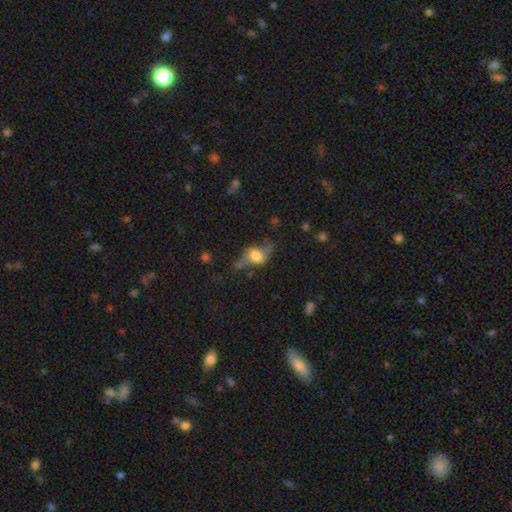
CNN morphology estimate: A featured or disk galaxy (47%).

Vote fractions:
- Smooth or featured? featured or disk: 47% / smooth: 42% / star or artifact: 10%
- Merging? none: 52% / minor disturbance: 25% / major disturbance: 18% / merger: 5%